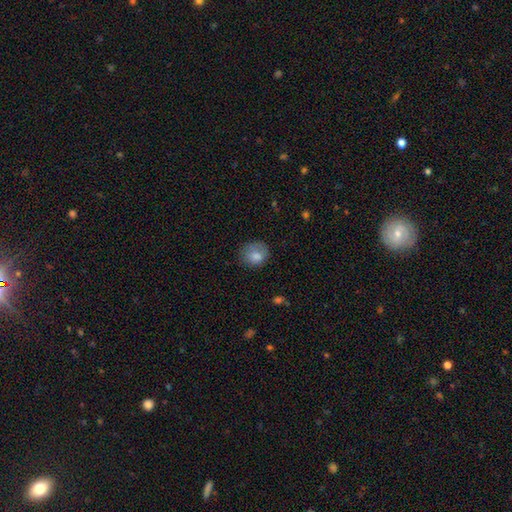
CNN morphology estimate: A smooth galaxy with no disk features (79%) that is round (69%). Merging: none (62%).